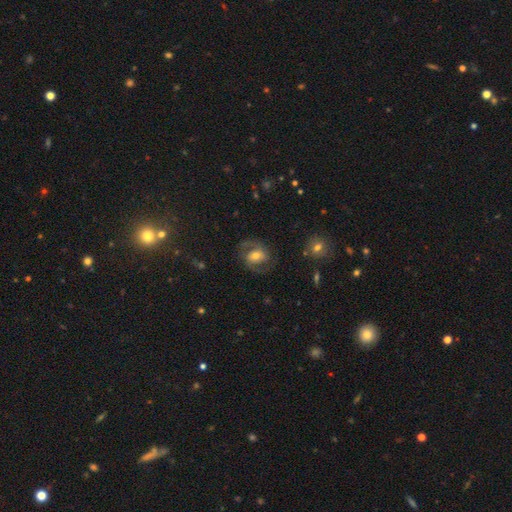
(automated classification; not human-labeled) smooth_or_featured: featured or disk (p=0.75) [alt: smooth p=0.17]
disk_edge_on: no (p=0.97) [alt: yes p=0.03]
bar: weak (p=0.41) [alt: no p=0.35]
has_spiral_arms: yes (p=0.91) [alt: no p=0.09]
spiral_winding: medium (p=0.56) [alt: tight p=0.24]
spiral_arm_count: 2 (p=0.90) [alt: can't tell p=0.05]
bulge_size: moderate (p=0.61) [alt: small p=0.27]
merging: none (p=0.75) [alt: minor disturbance p=0.14]